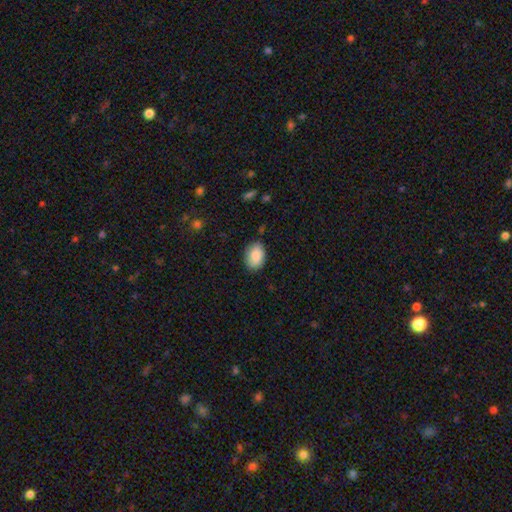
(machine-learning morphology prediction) smooth_or_featured: smooth (p=0.81) [alt: featured or disk p=0.12]
how_rounded: in between (p=0.78) [alt: round p=0.21]
merging: none (p=0.78) [alt: minor disturbance p=0.18]